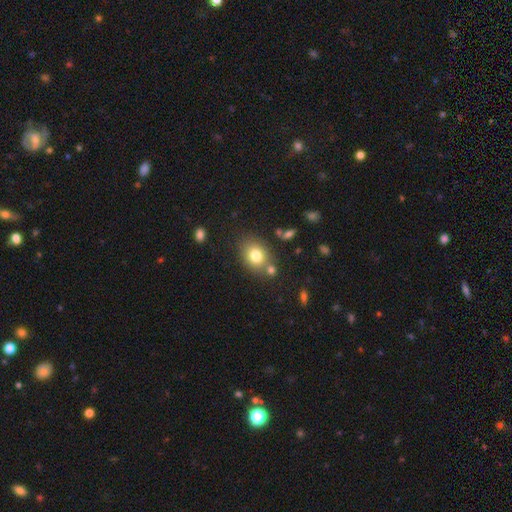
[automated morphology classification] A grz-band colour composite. It shows a smooth galaxy with no disk features (79%) that is in between round and cigar-shaped (53%). Merging: none (70%).